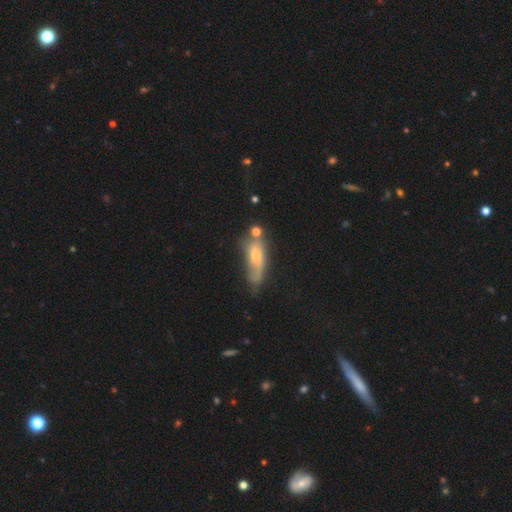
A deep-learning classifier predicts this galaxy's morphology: Q: Smooth or featured?
A: smooth (49%); runner-up: featured or disk (41%)
Q: Merging?
A: none (34%); runner-up: minor disturbance (27%)